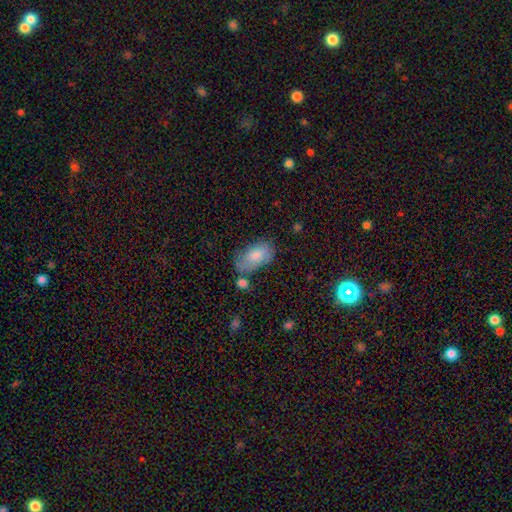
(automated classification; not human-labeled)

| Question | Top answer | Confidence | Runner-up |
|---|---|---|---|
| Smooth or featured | smooth | 79% | featured or disk (14%) |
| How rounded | in between | 94% | round (4%) |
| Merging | none | 56% | minor disturbance (25%) |